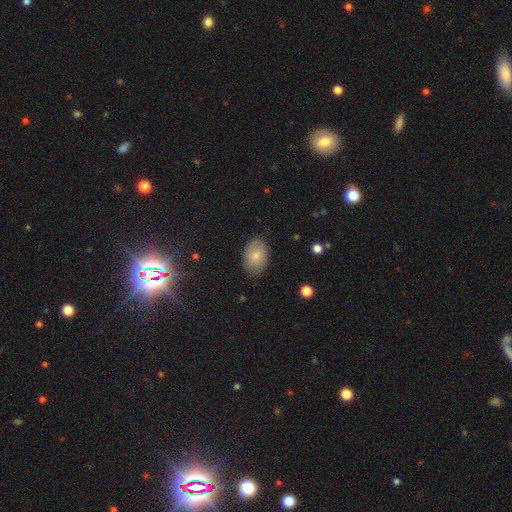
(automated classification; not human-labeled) This appears to be a smooth galaxy with no disk features (78%) that is in between round and cigar-shaped (88%). Merging: none (83%).